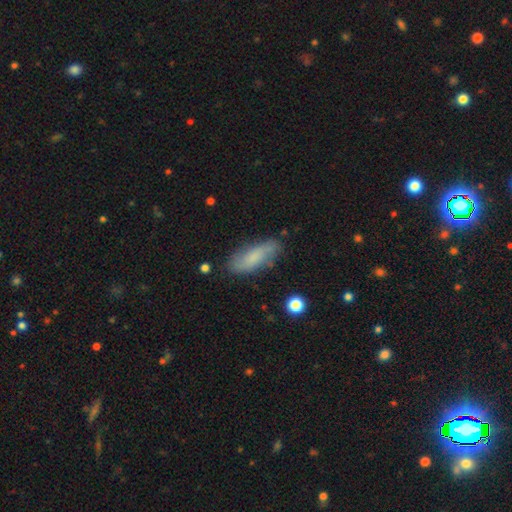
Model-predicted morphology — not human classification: The model was most divided on "how rounded": in between: 64%, cigar-shaped: 34%, round: 2%. More confident: merging — none (75%); smooth or featured — smooth (71%).